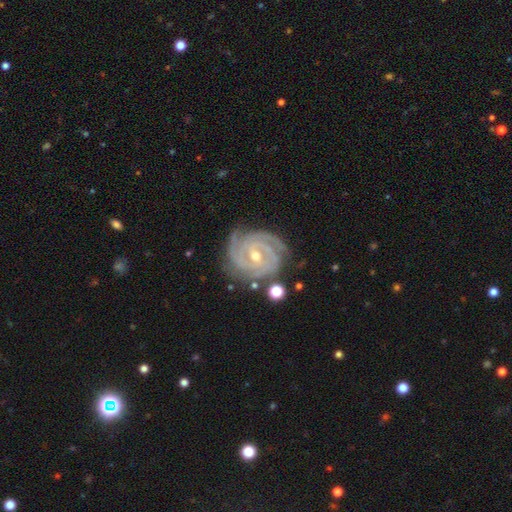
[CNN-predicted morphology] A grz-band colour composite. It shows a featured or disk galaxy (92%) with a weak bar (45%), 3 (39%) tight (84%) spiral arms (99%) and a small central bulge (50%). Merging: none (77%).